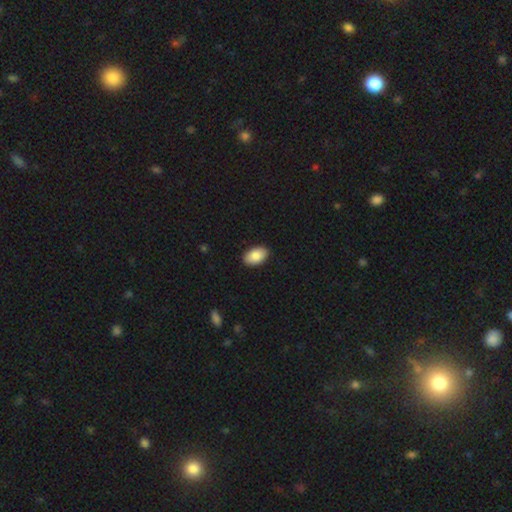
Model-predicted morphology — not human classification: A smooth galaxy with no disk features (86%) that is in between round and cigar-shaped (93%).

Vote fractions:
- Smooth or featured? smooth: 86% / featured or disk: 8% / star or artifact: 6%
- How rounded? in between: 93% / round: 6% / cigar-shaped: 1%
- Merging? none: 90% / minor disturbance: 7% / major disturbance: 2% / merger: 1%